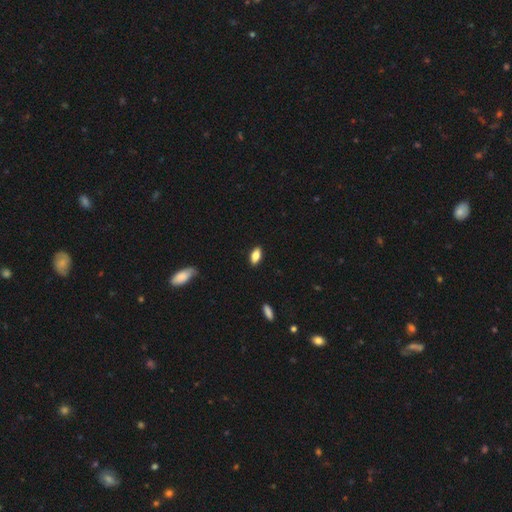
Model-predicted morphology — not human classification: Overall: smooth (82%). How rounded: in between (89%). Merging: none (88%).